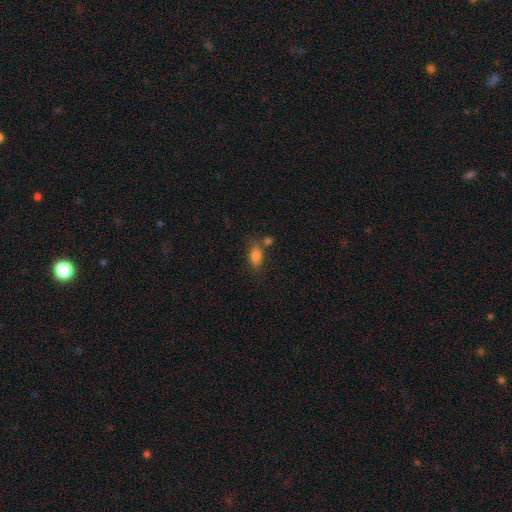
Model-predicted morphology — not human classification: Smooth or featured? smooth (81%)
How rounded? in between (84%)
Merging? none (63%)